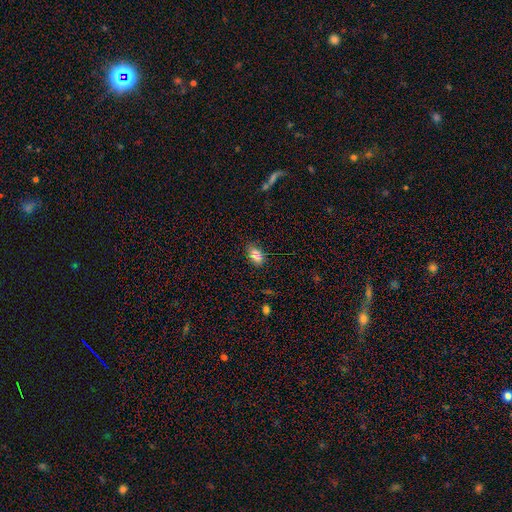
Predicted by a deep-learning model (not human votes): This is clearly a smooth galaxy (84%). How rounded: clearly in between (88%). Merging: likely none (78%).